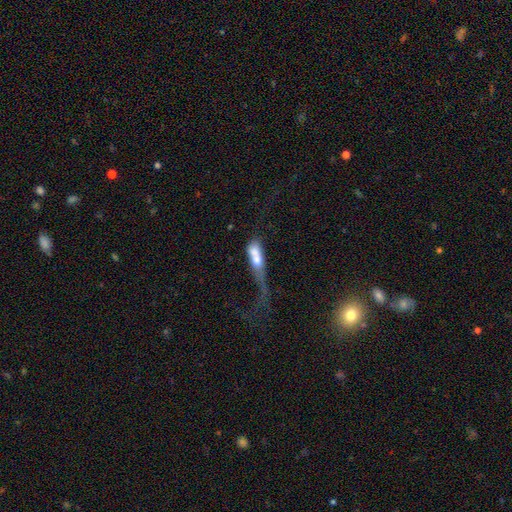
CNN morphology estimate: A smooth galaxy with no disk features (58%) that is in between round and cigar-shaped (54%). Merging: merger (48%).